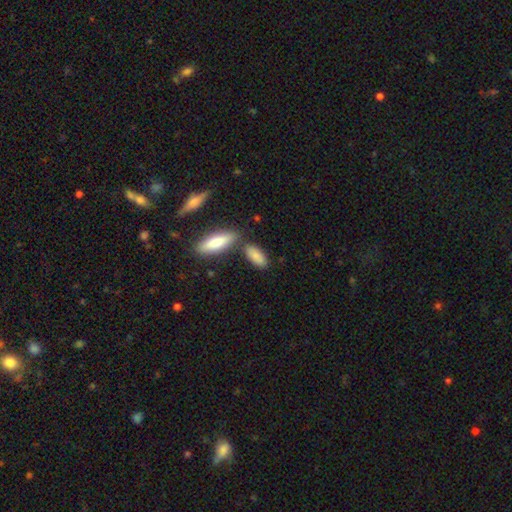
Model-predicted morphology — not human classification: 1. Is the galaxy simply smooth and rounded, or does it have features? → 86% smooth, 8% featured or disk, 6% star or artifact.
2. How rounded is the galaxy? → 75% in between, 22% cigar-shaped, 3% round.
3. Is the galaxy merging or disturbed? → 66% none, 17% merger, 13% minor disturbance, 3% major disturbance.